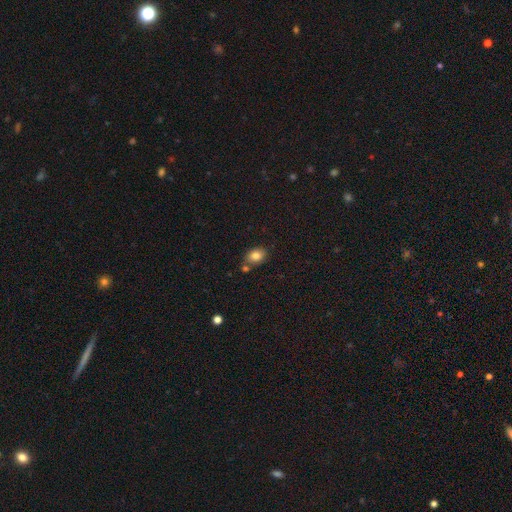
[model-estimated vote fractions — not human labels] Smooth or featured? smooth (82%)
How rounded? in between (73%)
Merging? none (68%)